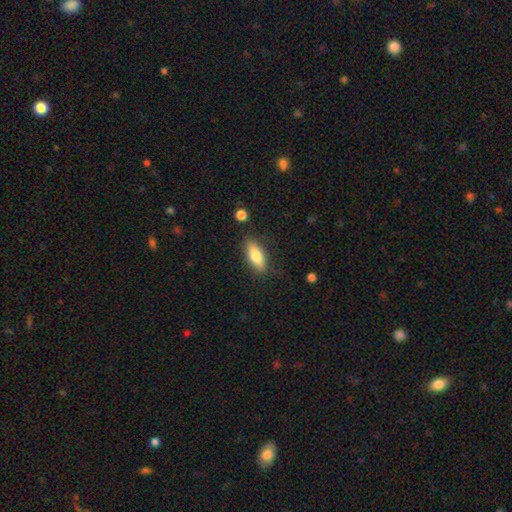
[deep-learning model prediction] Q: Smooth or featured?
A: smooth (73%); runner-up: featured or disk (20%)
Q: How rounded?
A: in between (74%); runner-up: cigar-shaped (23%)
Q: Merging?
A: none (82%); runner-up: minor disturbance (13%)